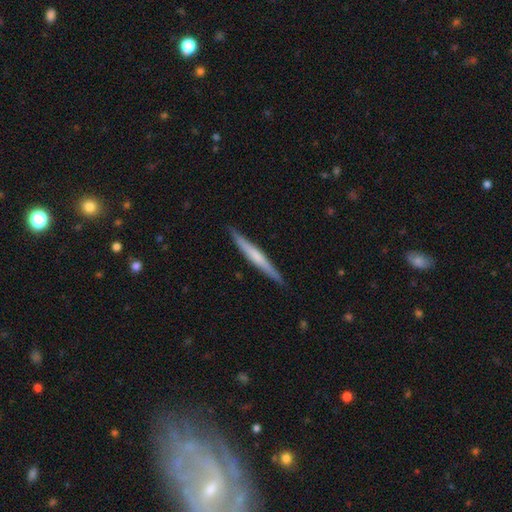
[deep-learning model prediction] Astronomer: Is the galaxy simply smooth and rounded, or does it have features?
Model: featured or disk — 49% (runner-up: smooth, 46%).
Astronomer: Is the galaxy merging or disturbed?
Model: none — 90%.